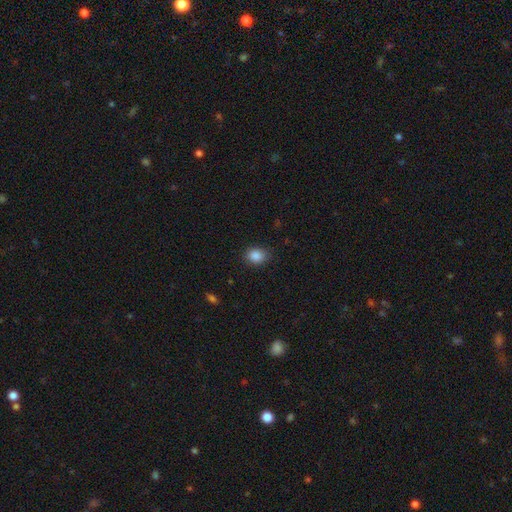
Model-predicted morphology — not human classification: Q: Smooth or featured?
A: smooth (87%); runner-up: star or artifact (9%)
Q: How rounded?
A: in between (50%); runner-up: round (49%)
Q: Merging?
A: none (84%); runner-up: minor disturbance (12%)